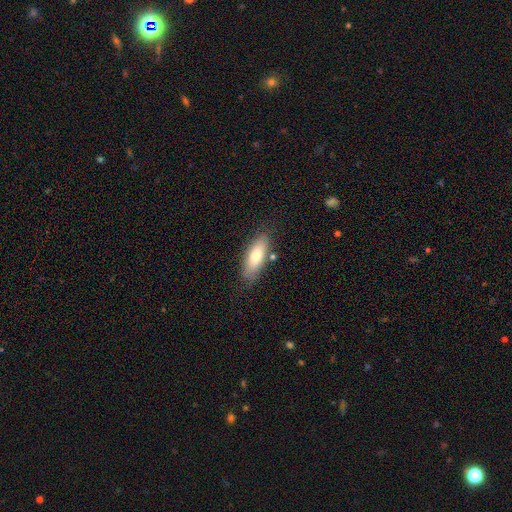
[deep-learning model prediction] Morphology: type=smooth (71%); roundness=in between (72%); merging=none (78%).